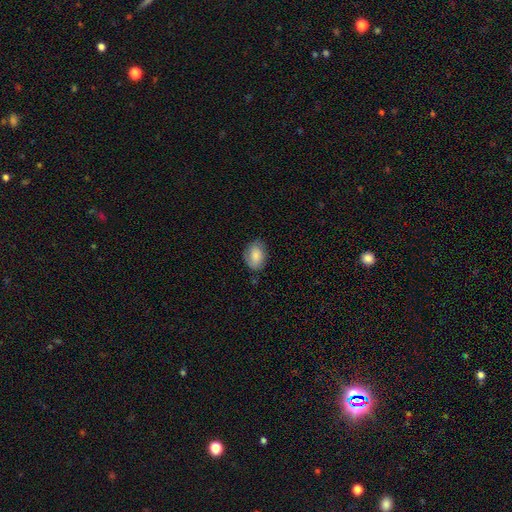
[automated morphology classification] Smooth or featured? smooth (82%)
How rounded? in between (81%)
Merging? none (75%)